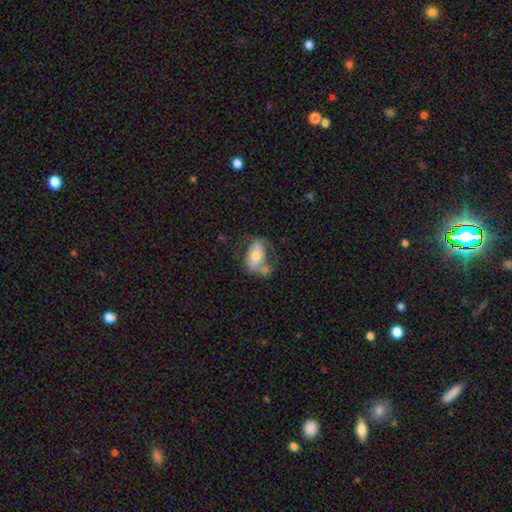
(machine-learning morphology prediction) Smooth or featured: smooth — 53% (featured or disk — 40%)
How rounded: in between — 88% (round — 8%)
Merging: none — 37% (minor disturbance — 23%)